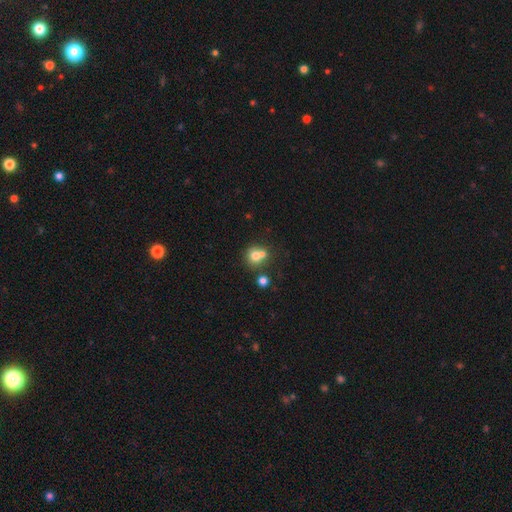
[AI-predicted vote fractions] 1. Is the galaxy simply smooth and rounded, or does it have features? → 72% smooth, 15% featured or disk, 13% star or artifact.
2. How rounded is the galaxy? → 82% round, 17% in between, 1% cigar-shaped.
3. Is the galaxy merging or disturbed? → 48% merger, 41% none, 8% minor disturbance, 3% major disturbance.